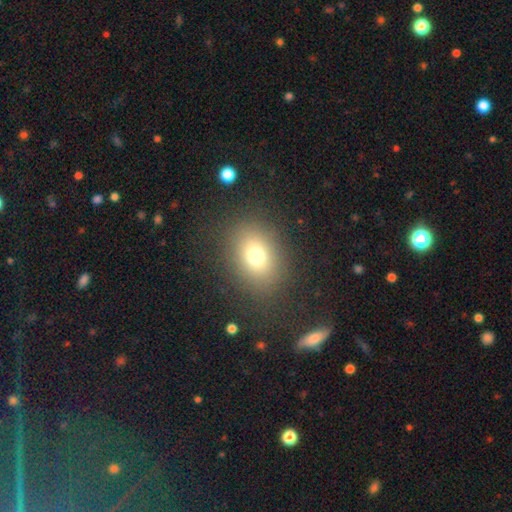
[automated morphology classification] A smooth galaxy with no disk features (73%) that is in between round and cigar-shaped (57%). Merging: none (83%).